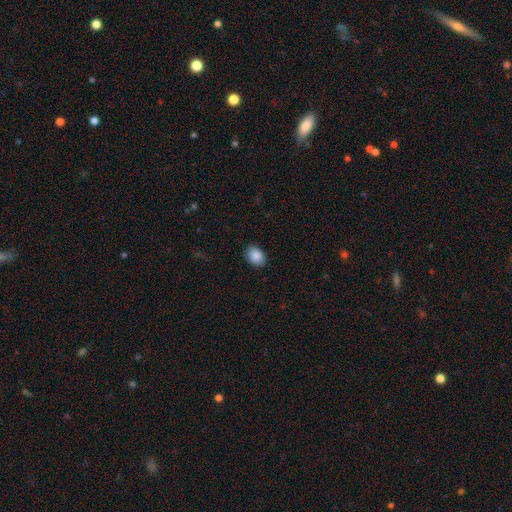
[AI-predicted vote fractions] Morphology: type=smooth (89%); roundness=in between (78%); merging=none (88%).